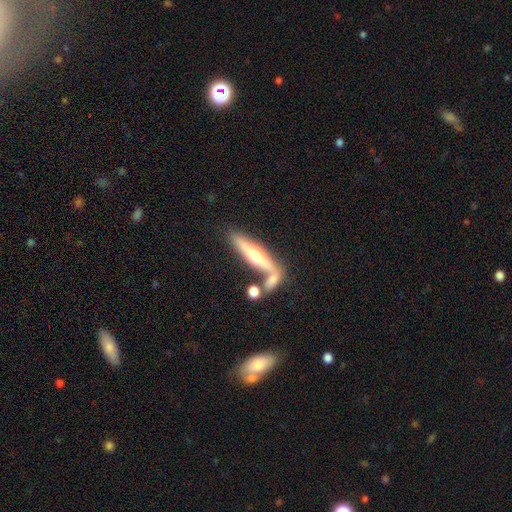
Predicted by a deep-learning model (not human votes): A featured or disk galaxy (61%) viewed edge-on (91%) with a rounded central bulge (92%). Merging: none (54%).